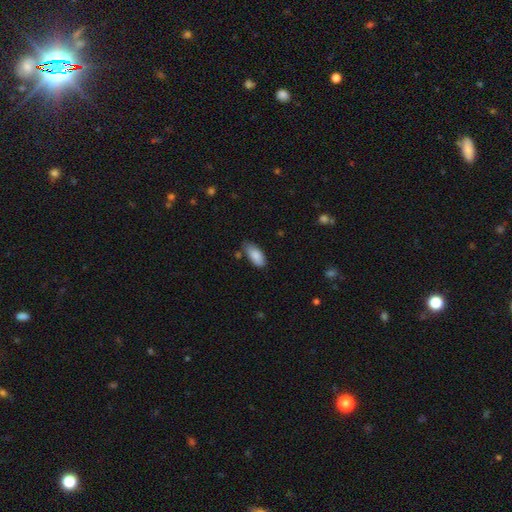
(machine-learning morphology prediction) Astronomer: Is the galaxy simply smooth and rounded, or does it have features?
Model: smooth — 87%.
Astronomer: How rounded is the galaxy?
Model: in between — 89%.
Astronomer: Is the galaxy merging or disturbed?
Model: none — 69%.